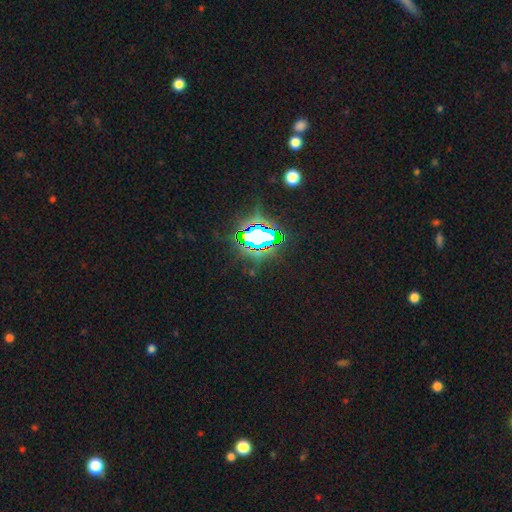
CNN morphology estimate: Q: Smooth or featured?
A: star or artifact (83%); runner-up: smooth (10%)